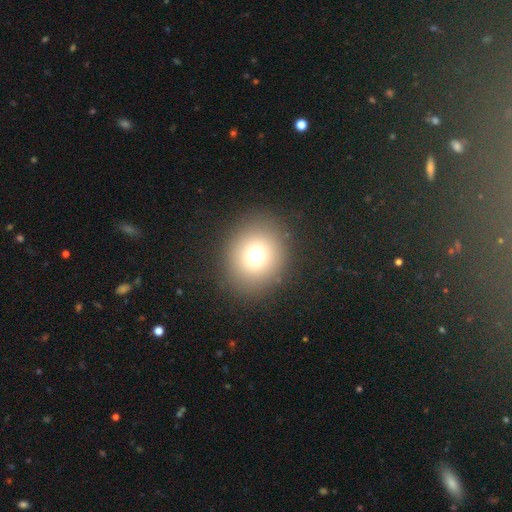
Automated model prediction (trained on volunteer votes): smooth_or_featured: smooth (p=0.72) [alt: star or artifact p=0.16]
how_rounded: round (p=0.78) [alt: in between p=0.21]
merging: none (p=0.87) [alt: minor disturbance p=0.07]